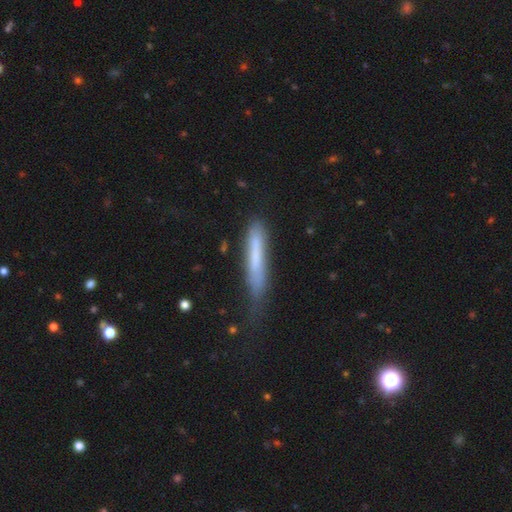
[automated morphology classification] Q: Smooth or featured?
A: smooth (66%); runner-up: featured or disk (27%)
Q: How rounded?
A: cigar-shaped (93%); runner-up: in between (6%)
Q: Merging?
A: none (58%); runner-up: minor disturbance (29%)